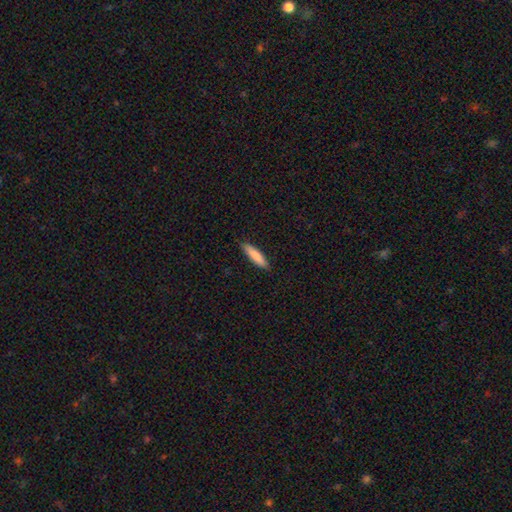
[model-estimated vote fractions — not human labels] This is clearly a smooth galaxy (84%). How rounded: likely cigar-shaped (78%). Merging: clearly none (88%).